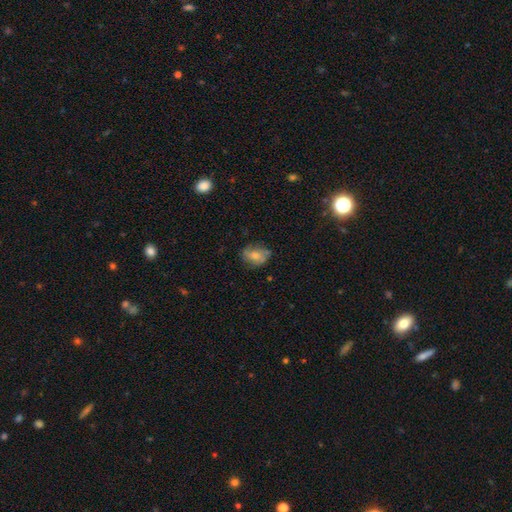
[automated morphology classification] smooth-or-featured: smooth: 58% | featured or disk: 33% | star or artifact: 9%
  how-rounded: in between: 66% | round: 32% | cigar-shaped: 2%
  merging: none: 65% | minor disturbance: 25% | major disturbance: 9% | merger: 2%